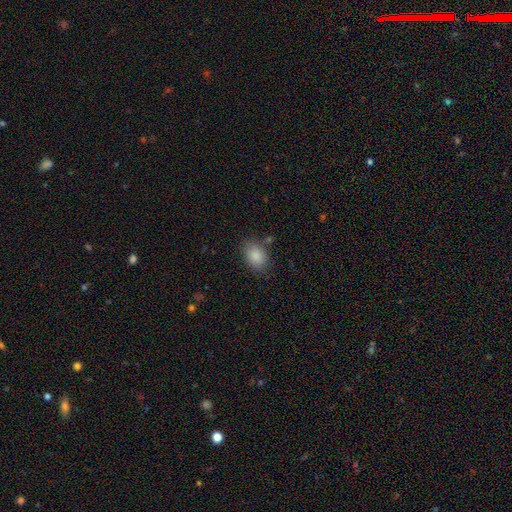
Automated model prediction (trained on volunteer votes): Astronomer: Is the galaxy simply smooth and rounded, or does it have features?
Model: smooth — 87%.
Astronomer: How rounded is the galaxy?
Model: in between — 78%.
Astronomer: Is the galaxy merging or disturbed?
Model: none — 78%.